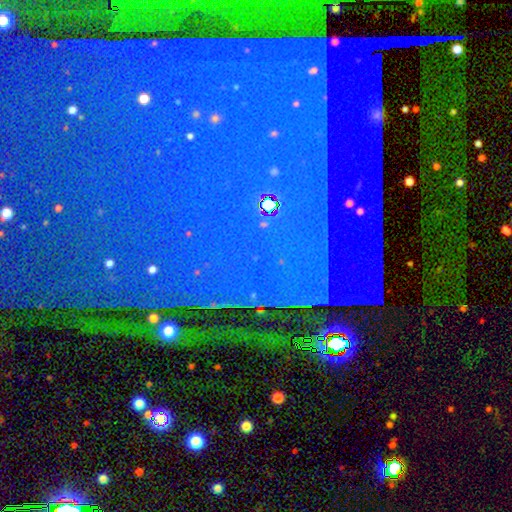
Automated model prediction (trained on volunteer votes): Overall: star or artifact (86%).